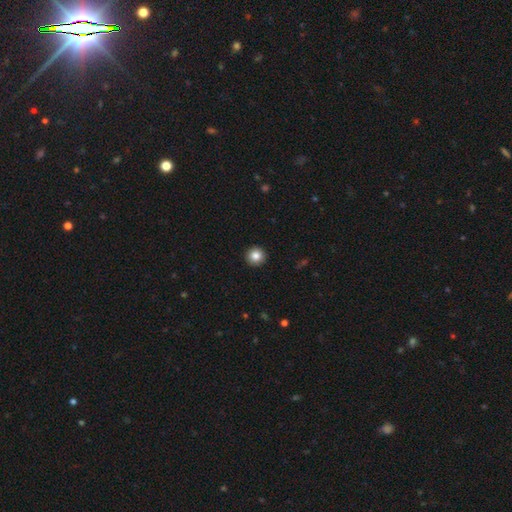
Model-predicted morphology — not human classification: This appears to be a smooth galaxy with no disk features (85%) that is round (96%). Merging: none (93%).